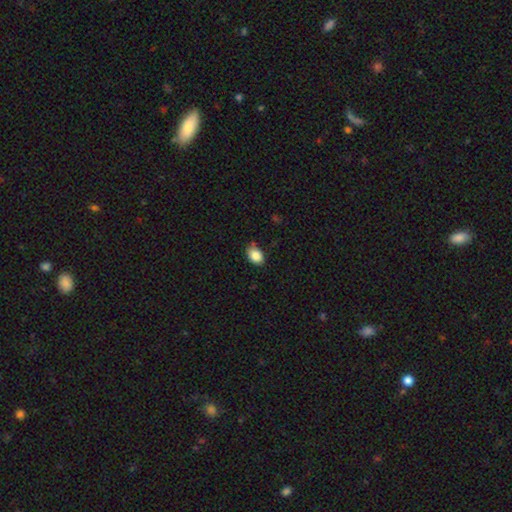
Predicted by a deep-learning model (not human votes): Smooth or featured? smooth (86%)
How rounded? in between (80%)
Merging? none (78%)